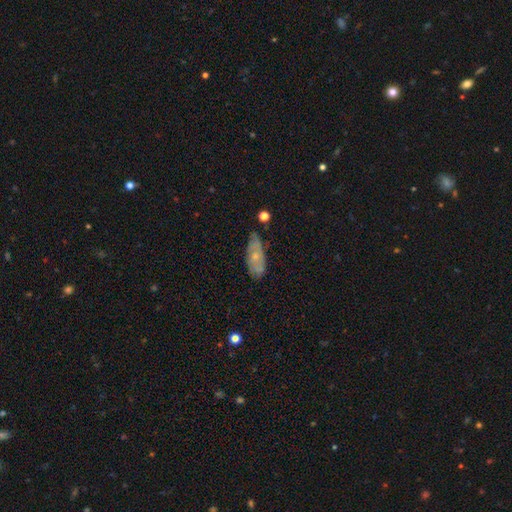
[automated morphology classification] smooth_or_featured: smooth (p=0.48) [alt: featured or disk p=0.44]
merging: none (p=0.62) [alt: minor disturbance p=0.28]